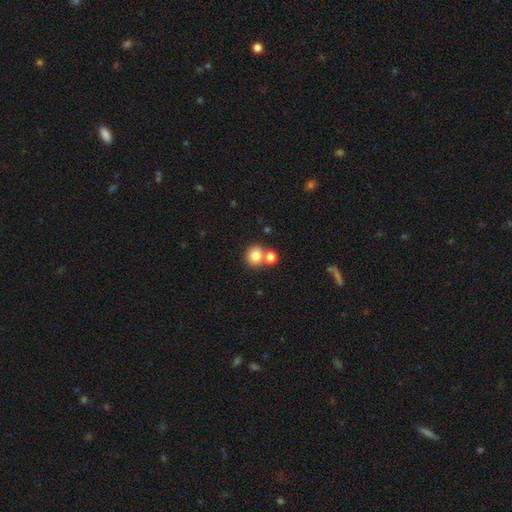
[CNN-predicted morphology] Smooth or featured? smooth (81%)
How rounded? round (80%)
Merging? none (53%)